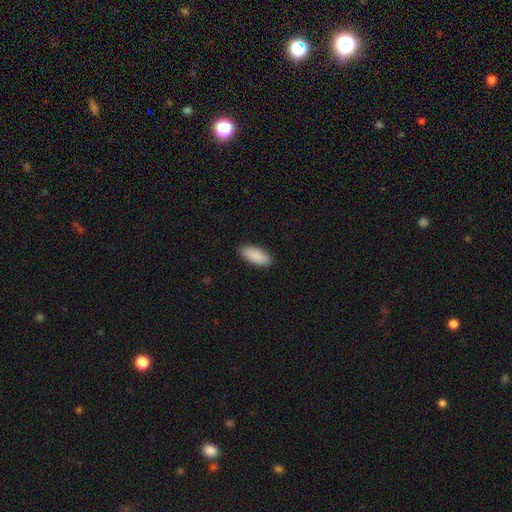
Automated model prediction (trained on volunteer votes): Smooth or featured: smooth — 91% (star or artifact — 5%)
How rounded: in between — 85% (cigar-shaped — 13%)
Merging: none — 90% (minor disturbance — 7%)